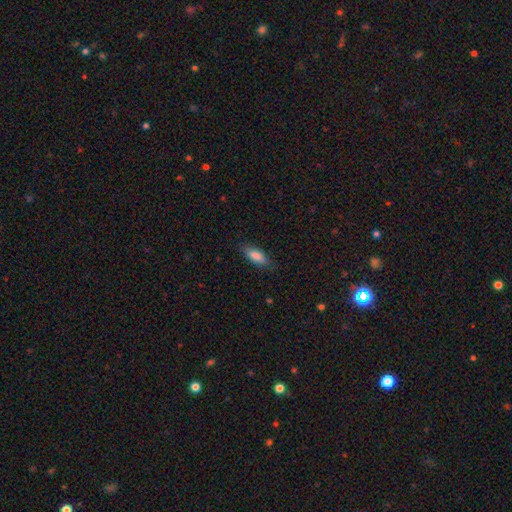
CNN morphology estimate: type=smooth (85%); roundness=in between (76%); merging=none (82%).